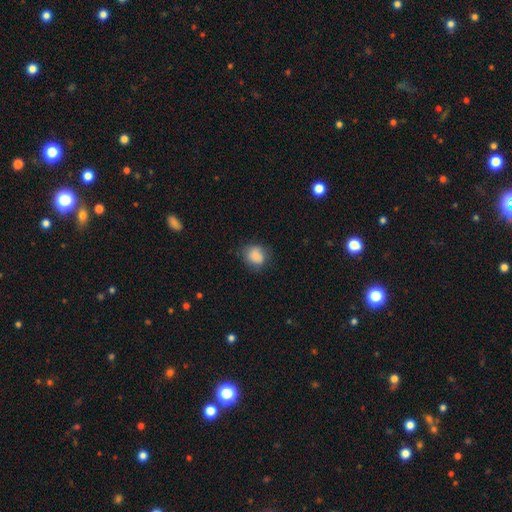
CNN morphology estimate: smooth_or_featured: smooth (p=0.84) [alt: star or artifact p=0.09]
how_rounded: round (p=0.68) [alt: in between p=0.31]
merging: none (p=0.70) [alt: minor disturbance p=0.22]